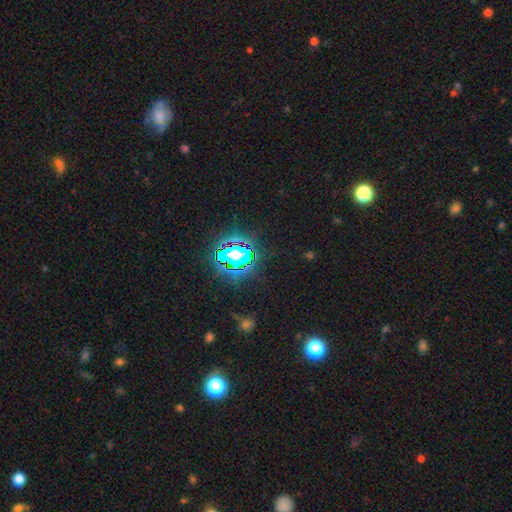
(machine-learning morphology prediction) This appears to be a star or artifact, not a galaxy (80%).